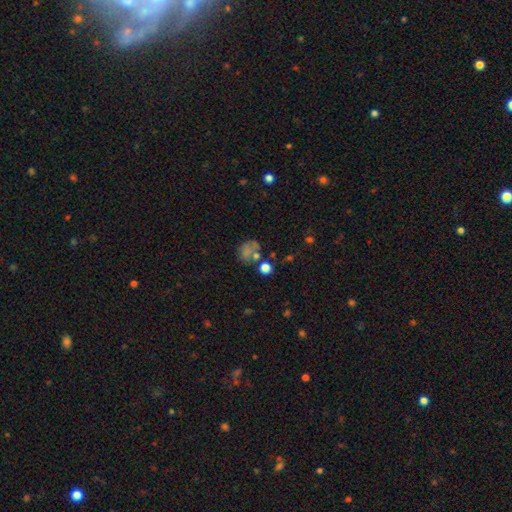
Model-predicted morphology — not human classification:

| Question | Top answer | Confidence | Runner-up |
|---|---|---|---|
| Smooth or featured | star or artifact | 41% | smooth (35%) |